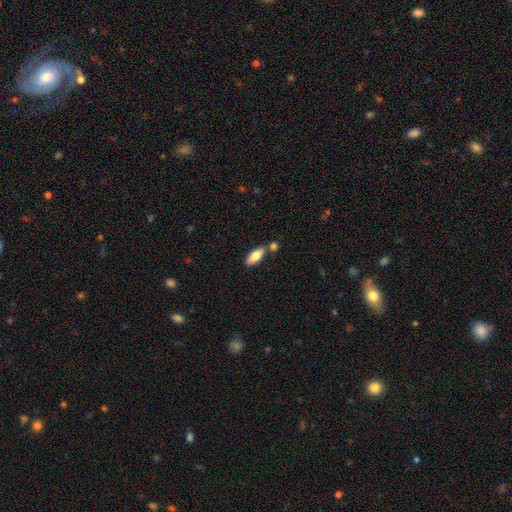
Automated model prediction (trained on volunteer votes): Overall: smooth (77%). How rounded: in between (81%). Merging: none (65%).